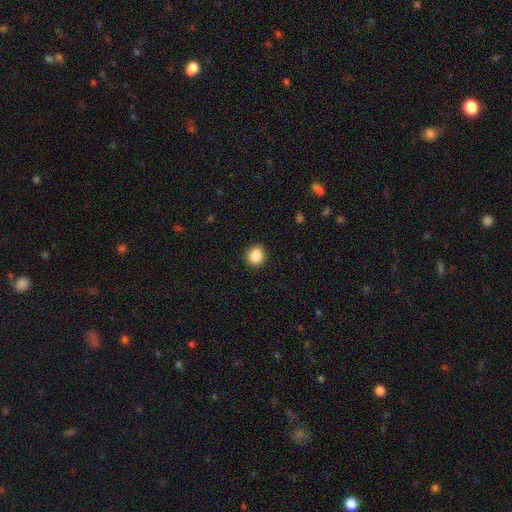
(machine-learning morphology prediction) Smooth or featured: smooth — 88% (star or artifact — 9%)
How rounded: round — 70% (in between — 29%)
Merging: none — 89% (minor disturbance — 8%)